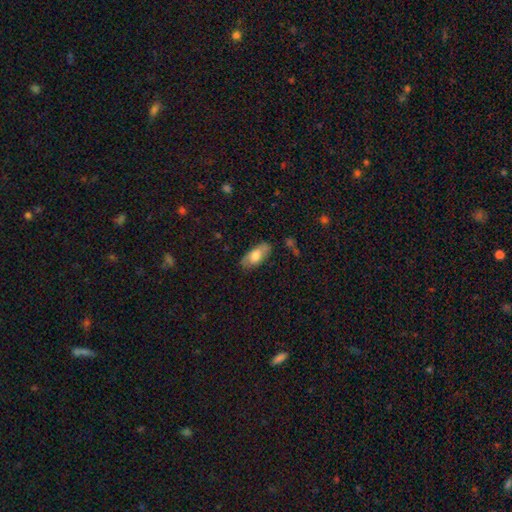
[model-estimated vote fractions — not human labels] The model was most divided on "smooth or featured": smooth: 71%, featured or disk: 23%, star or artifact: 6%. More confident: how rounded — in between (84%); merging — none (76%).